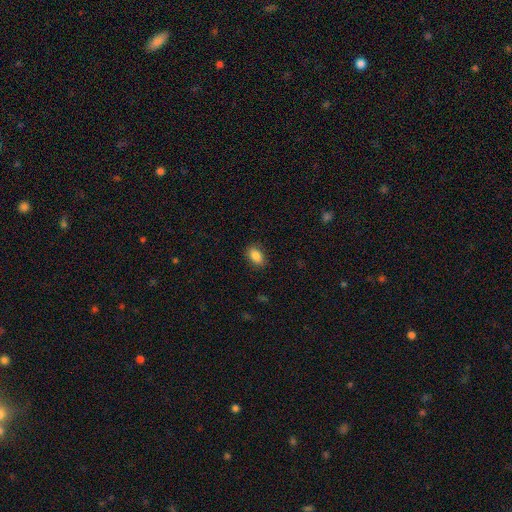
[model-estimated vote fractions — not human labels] Overall: smooth (87%). How rounded: in between (87%). Merging: none (87%).